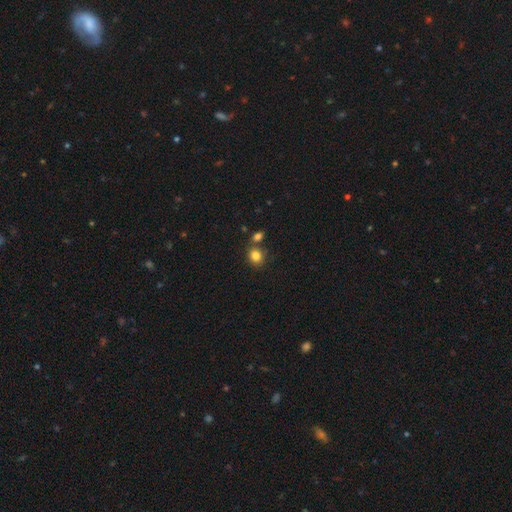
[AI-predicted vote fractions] smooth_or_featured: smooth (p=0.83) [alt: star or artifact p=0.11]
how_rounded: round (p=0.70) [alt: in between p=0.29]
merging: none (p=0.66) [alt: merger p=0.20]